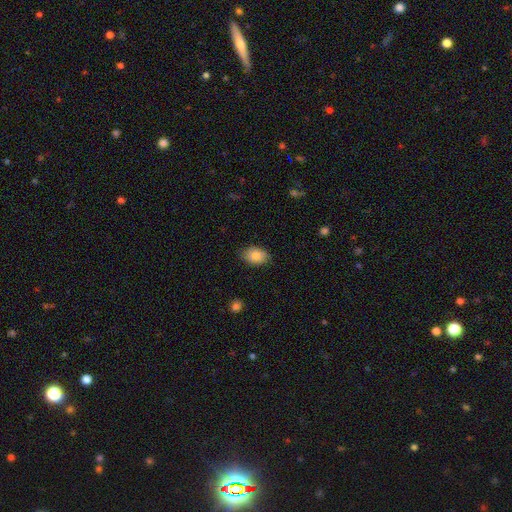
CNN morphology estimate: A smooth galaxy with no disk features (86%) that is in between round and cigar-shaped (83%).

Vote fractions:
- Smooth or featured? smooth: 86% / featured or disk: 7% / star or artifact: 7%
- How rounded? in between: 83% / round: 16% / cigar-shaped: 1%
- Merging? none: 82% / minor disturbance: 15% / major disturbance: 3% / merger: 1%